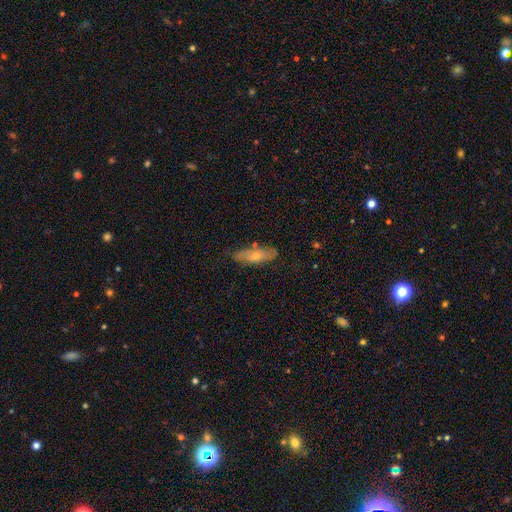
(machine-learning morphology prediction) Overall: featured or disk (49%; smooth 43%). Merging: none (73%).